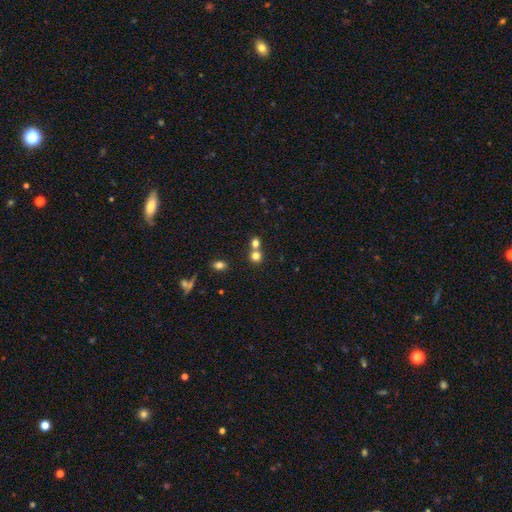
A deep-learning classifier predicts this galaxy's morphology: Smooth or featured: smooth — 78% (star or artifact — 14%)
How rounded: round — 86% (in between — 13%)
Merging: none — 51% (merger — 41%)